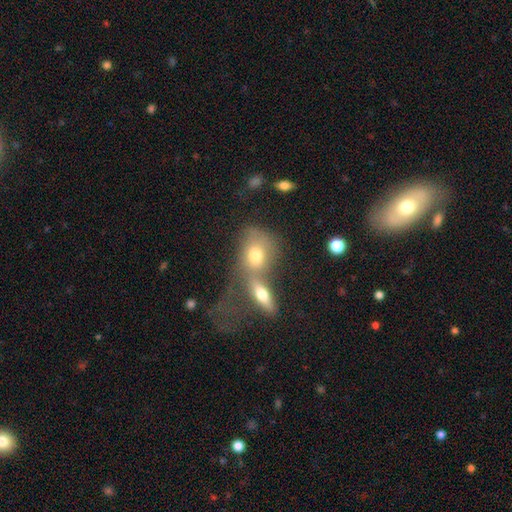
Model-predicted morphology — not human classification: This appears to be a smooth galaxy with no disk features (62%) that is in between round and cigar-shaped (64%). Merging: merger (65%).